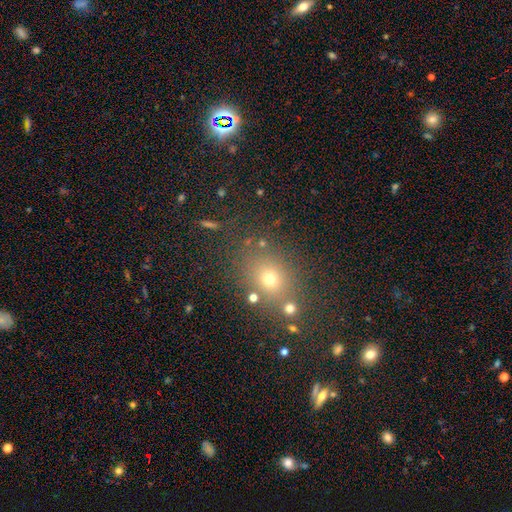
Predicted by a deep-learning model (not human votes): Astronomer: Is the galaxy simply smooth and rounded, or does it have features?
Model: smooth — 53% (runner-up: star or artifact, 37%).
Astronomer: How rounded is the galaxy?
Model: round — 67%.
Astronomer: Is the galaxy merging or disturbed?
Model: none — 78%.